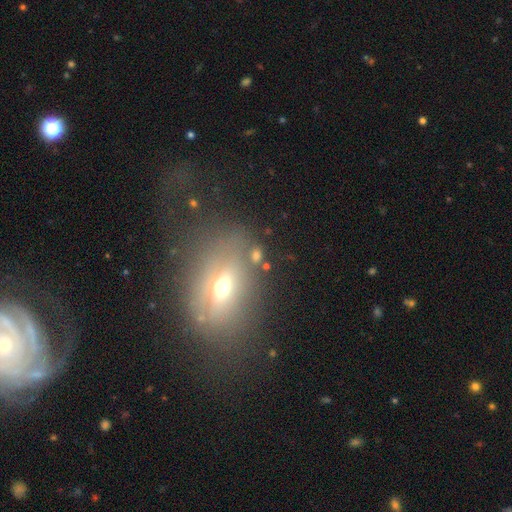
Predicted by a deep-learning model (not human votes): This is possibly a smooth galaxy (47%). Merging: likely none (64%).